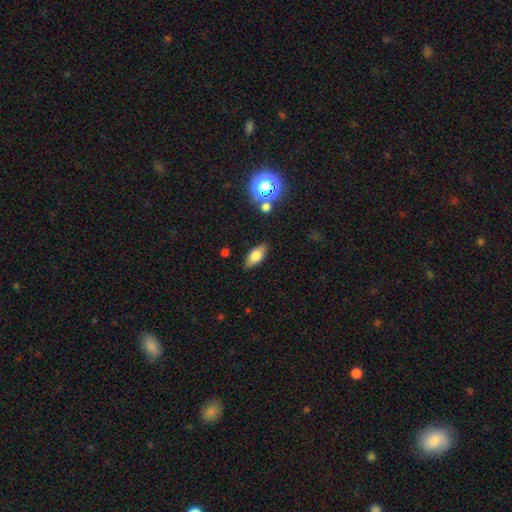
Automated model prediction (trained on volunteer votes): Smooth or featured: smooth — 72% (featured or disk — 18%)
How rounded: in between — 85% (cigar-shaped — 11%)
Merging: none — 85% (minor disturbance — 10%)